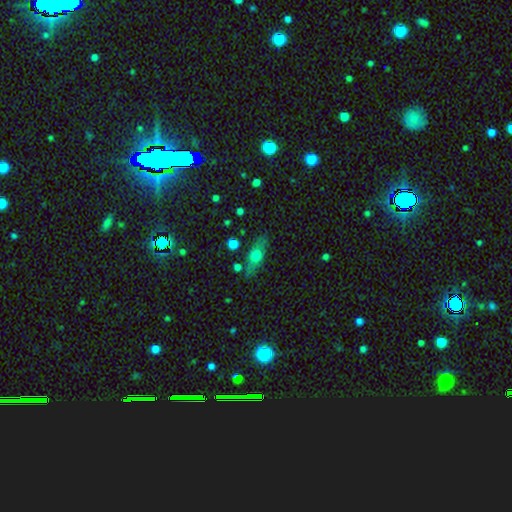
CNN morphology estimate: Overall: smooth (59%; featured or disk 33%). How rounded: in between (58%; cigar-shaped 34%). Merging: none (75%).